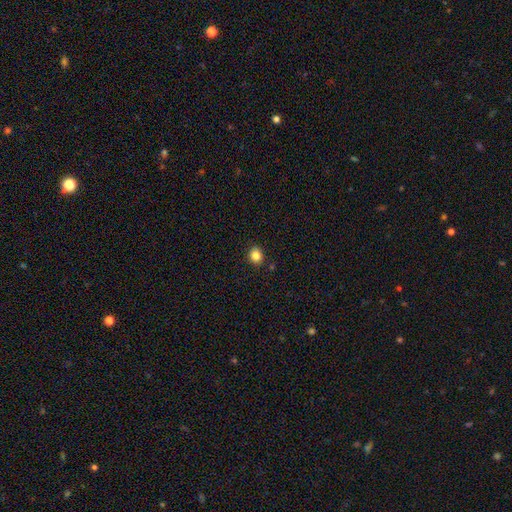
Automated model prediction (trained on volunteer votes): The model was most divided on "how rounded": round: 66%, in between: 33%, cigar-shaped: 1%. More confident: merging — none (89%); smooth or featured — smooth (84%).